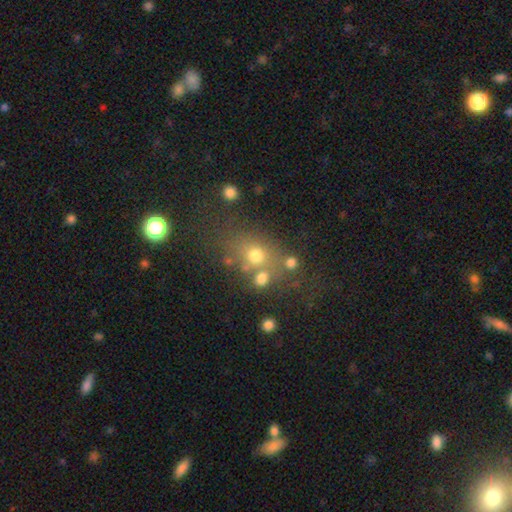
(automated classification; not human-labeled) smooth-or-featured: smooth: 64% | star or artifact: 20% | featured or disk: 15%
  how-rounded: round: 57% | in between: 41% | cigar-shaped: 2%
  merging: none: 59% | merger: 19% | minor disturbance: 14% | major disturbance: 9%